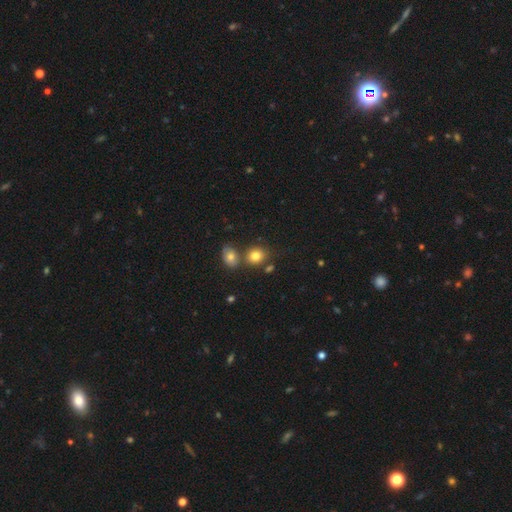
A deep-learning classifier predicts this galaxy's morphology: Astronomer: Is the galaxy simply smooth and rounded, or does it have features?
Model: smooth — 81%.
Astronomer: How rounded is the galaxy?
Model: round — 63%.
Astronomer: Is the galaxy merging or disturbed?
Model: none — 63%.